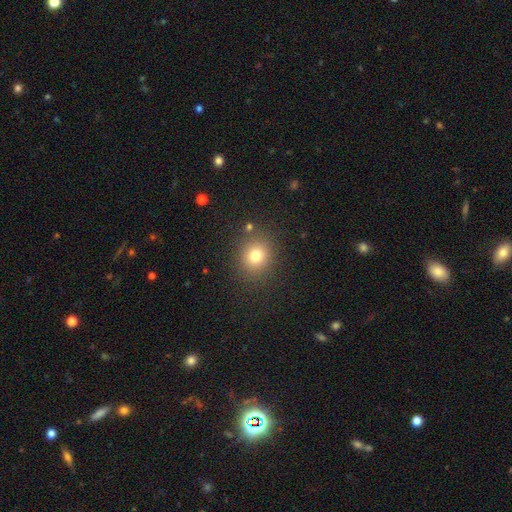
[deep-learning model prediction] smooth 77%, star or artifact 15%, featured or disk 8%. Down the decision tree: how rounded — round (78%); merging — none (85%).